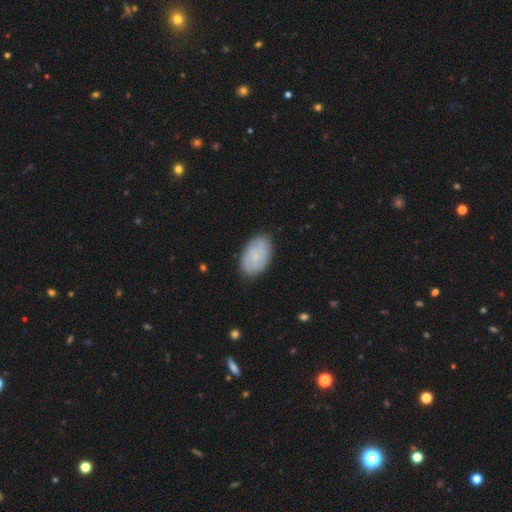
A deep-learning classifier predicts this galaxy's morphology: The model was most divided on "smooth or featured": smooth: 52%, featured or disk: 41%, star or artifact: 7%. More confident: how rounded — in between (92%); merging — none (84%).